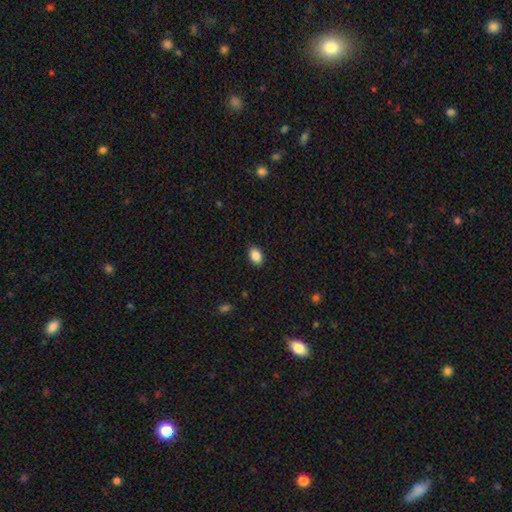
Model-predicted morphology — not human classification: A smooth galaxy with no disk features (88%) that is in between round and cigar-shaped (84%).

Vote fractions:
- Smooth or featured? smooth: 88% / star or artifact: 8% / featured or disk: 4%
- How rounded? in between: 84% / round: 15% / cigar-shaped: 1%
- Merging? none: 89% / minor disturbance: 8% / major disturbance: 2% / merger: 1%